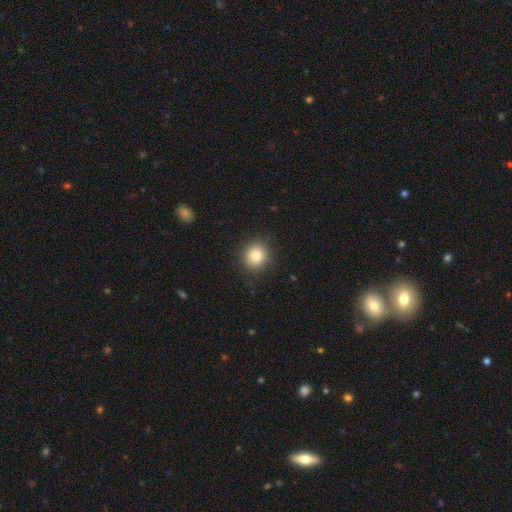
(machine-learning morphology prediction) The model was most divided on "smooth or featured": smooth: 83%, star or artifact: 10%, featured or disk: 7%. More confident: merging — none (89%); how rounded — round (88%).